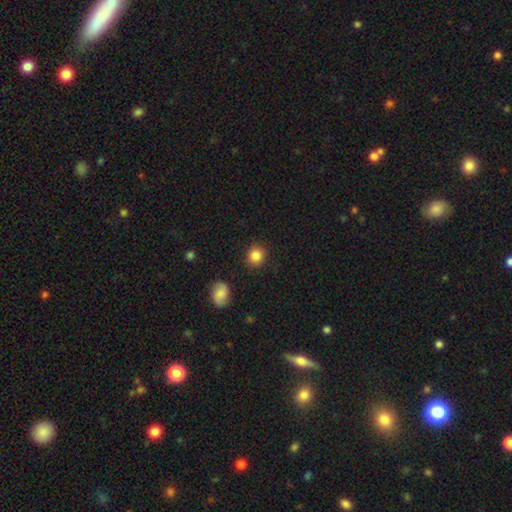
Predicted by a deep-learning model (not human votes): smooth_or_featured: smooth (p=0.86) [alt: star or artifact p=0.09]
how_rounded: round (p=0.82) [alt: in between p=0.17]
merging: none (p=0.88) [alt: minor disturbance p=0.07]